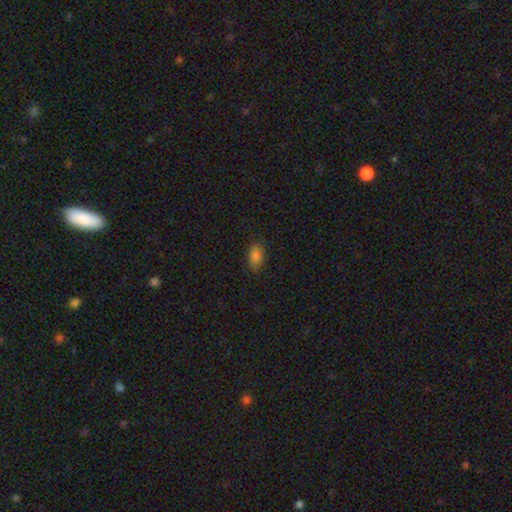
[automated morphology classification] Smooth or featured? smooth (85%)
How rounded? in between (90%)
Merging? none (82%)